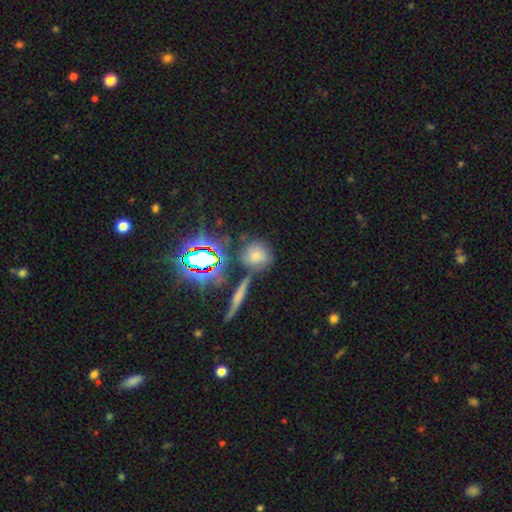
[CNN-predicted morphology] A smooth galaxy with no disk features (62%) that is round (83%).

Vote fractions:
- Smooth or featured? smooth: 62% / star or artifact: 25% / featured or disk: 13%
- How rounded? round: 83% / in between: 14% / cigar-shaped: 3%
- Merging? none: 69% / minor disturbance: 13% / merger: 13% / major disturbance: 5%